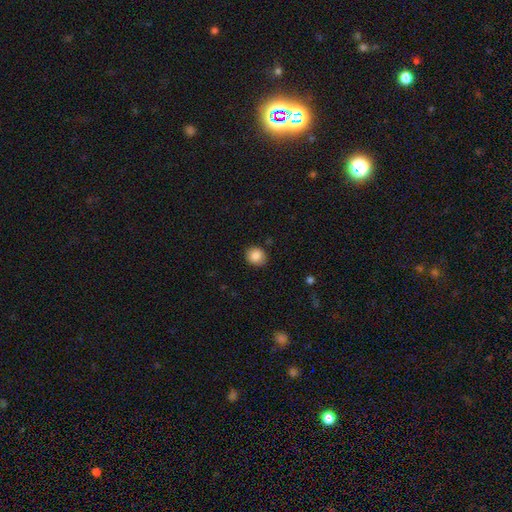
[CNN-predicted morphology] The model was most divided on "how rounded": round: 75%, in between: 24%, cigar-shaped: 1%. More confident: smooth or featured — smooth (86%); merging — none (84%).